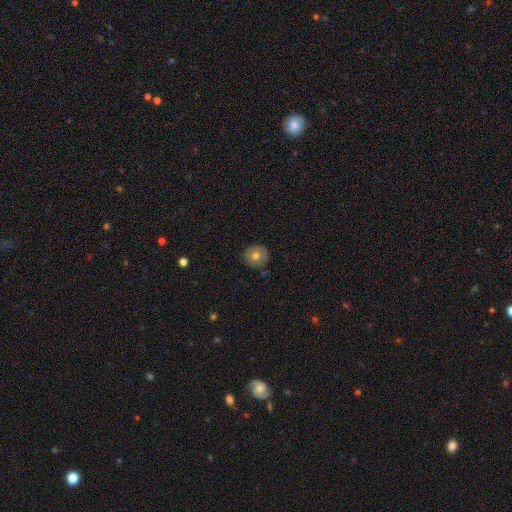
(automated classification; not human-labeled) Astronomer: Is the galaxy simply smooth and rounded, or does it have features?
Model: smooth — 67%.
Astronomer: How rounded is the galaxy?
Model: round — 92%.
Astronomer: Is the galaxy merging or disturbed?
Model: none — 84%.